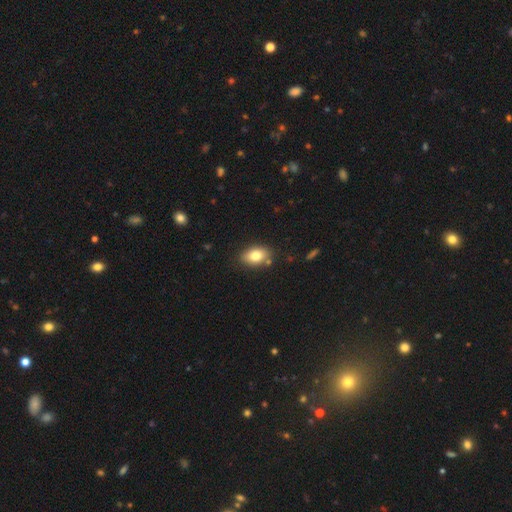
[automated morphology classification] smooth-or-featured: smooth: 80% | featured or disk: 12% | star or artifact: 8%
  how-rounded: in between: 85% | round: 13% | cigar-shaped: 2%
  merging: none: 81% | minor disturbance: 12% | merger: 4% | major disturbance: 3%